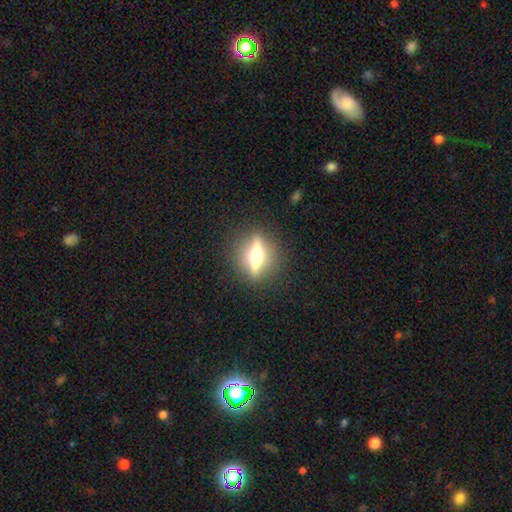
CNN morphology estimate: Smooth or featured?
  - featured or disk: 71% *
  - smooth: 21%
  - star or artifact: 8%
Edge-on disk?
  - yes: 88% *
  - no: 12%
Edge-on bulge?
  - rounded: 93% *
  - boxy: 4%
  - none: 3%
Merging?
  - none: 87% *
  - minor disturbance: 8%
  - major disturbance: 4%
  - merger: 1%